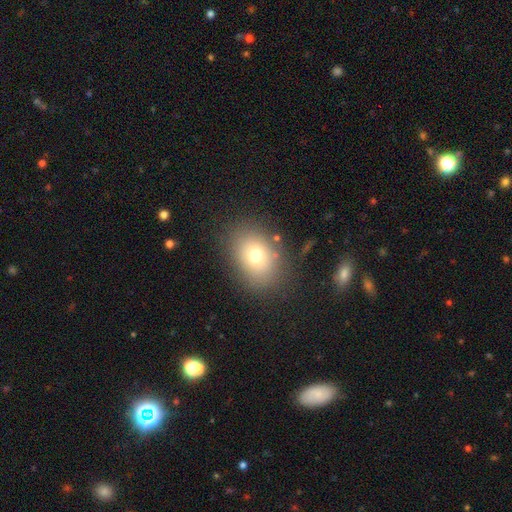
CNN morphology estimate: smooth_or_featured: smooth (p=0.75) [alt: featured or disk p=0.13]
how_rounded: in between (p=0.68) [alt: round p=0.31]
merging: none (p=0.81) [alt: minor disturbance p=0.12]